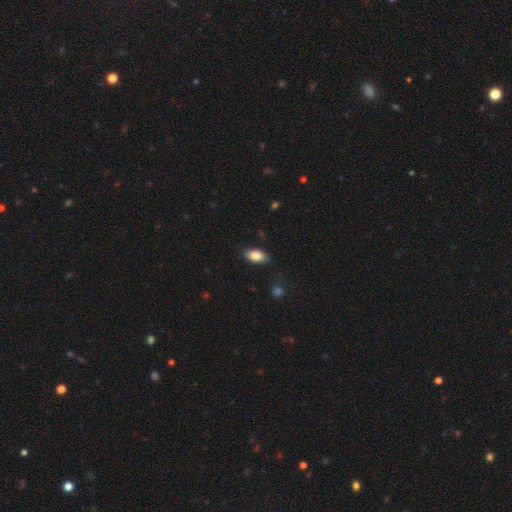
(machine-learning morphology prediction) smooth_or_featured: smooth (p=0.86) [alt: star or artifact p=0.07]
how_rounded: in between (p=0.91) [alt: round p=0.04]
merging: none (p=0.83) [alt: minor disturbance p=0.13]